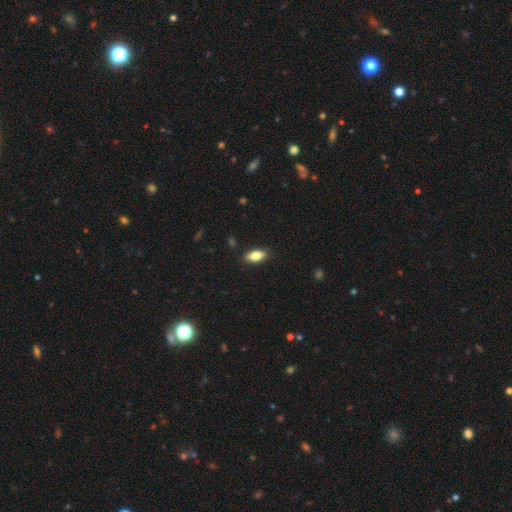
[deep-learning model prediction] A smooth galaxy with no disk features (84%) that is in between round and cigar-shaped (89%). Merging: none (88%).